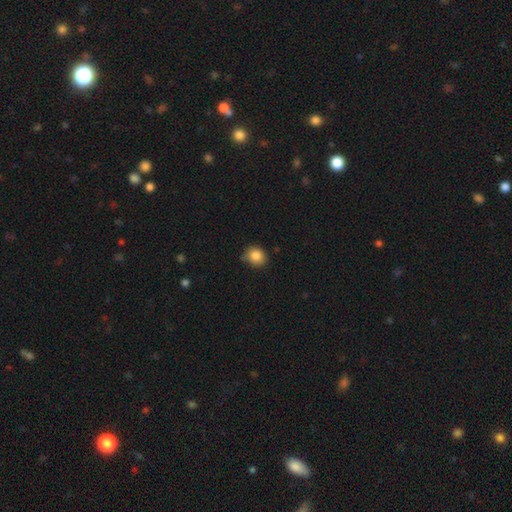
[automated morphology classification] type=smooth (84%); roundness=round (78%); merging=none (70%).